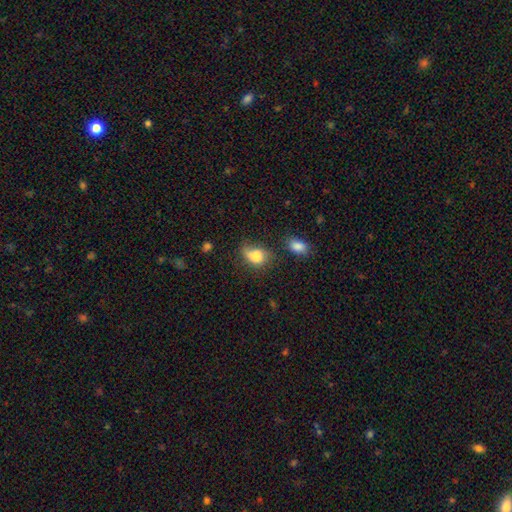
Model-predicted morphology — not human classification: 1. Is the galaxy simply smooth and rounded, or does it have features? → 75% smooth, 15% featured or disk, 10% star or artifact.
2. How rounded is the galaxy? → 69% in between, 29% round, 2% cigar-shaped.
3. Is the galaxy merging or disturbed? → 35% none, 31% minor disturbance, 22% major disturbance, 12% merger.